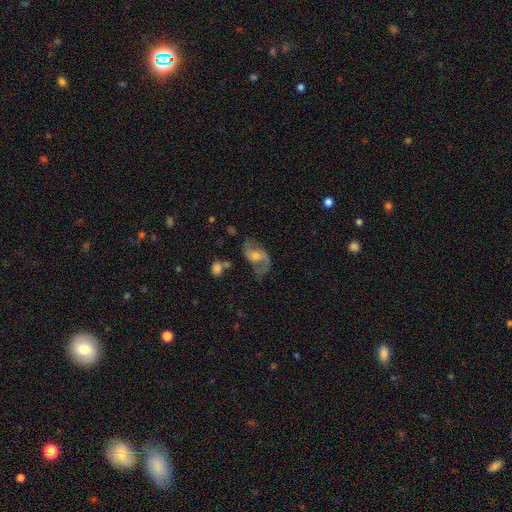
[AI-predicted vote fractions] A featured or disk galaxy (80%) with a weak bar (42%), 2 (89%) loose (54%) spiral arms (92%) and a moderate central bulge (59%).

Vote fractions:
- Smooth or featured? featured or disk: 80% / smooth: 13% / star or artifact: 7%
- Edge-on disk? no: 96% / yes: 4%
- Bar? weak: 42% / no: 40% / strong: 17%
- Spiral arms? yes: 92% / no: 8%
- Spiral winding? loose: 54% / medium: 36% / tight: 9%
- Spiral arm count? 2: 89% / can't tell: 4% / 1: 4% / 3: 1% / 4: 1% / more than 4: 1%
- Bulge size? moderate: 59% / small: 32% / large: 5% / none: 3% / dominant: 1%
- Merging? none: 67% / minor disturbance: 18% / major disturbance: 11% / merger: 4%